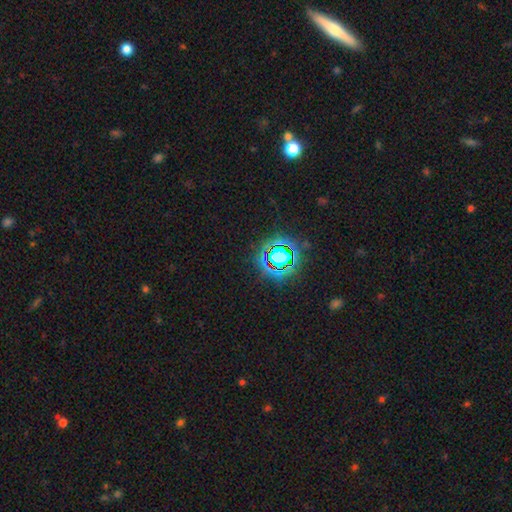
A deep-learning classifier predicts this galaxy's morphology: Smooth or featured? star or artifact (79%)